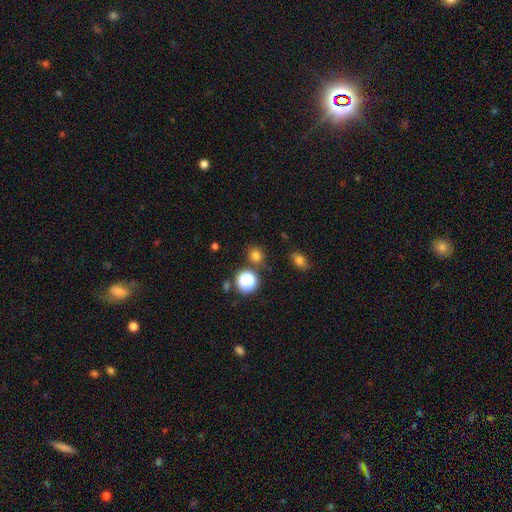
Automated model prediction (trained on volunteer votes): This appears to be a smooth galaxy with no disk features (74%) that is round (79%). Merging: none (81%).